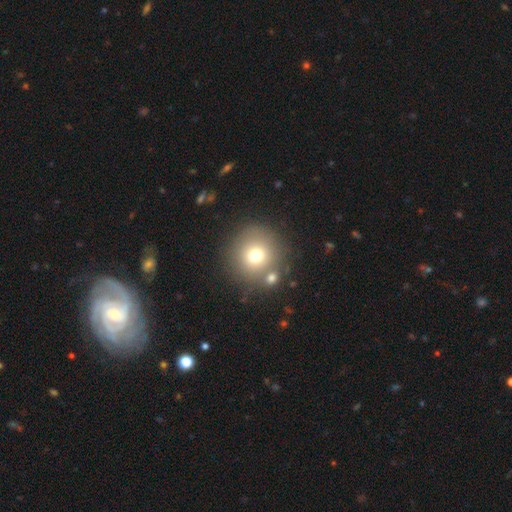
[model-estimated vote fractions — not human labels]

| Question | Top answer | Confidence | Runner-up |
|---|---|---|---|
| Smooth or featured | smooth | 72% | star or artifact (15%) |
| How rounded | round | 94% | in between (5%) |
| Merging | none | 77% | merger (11%) |